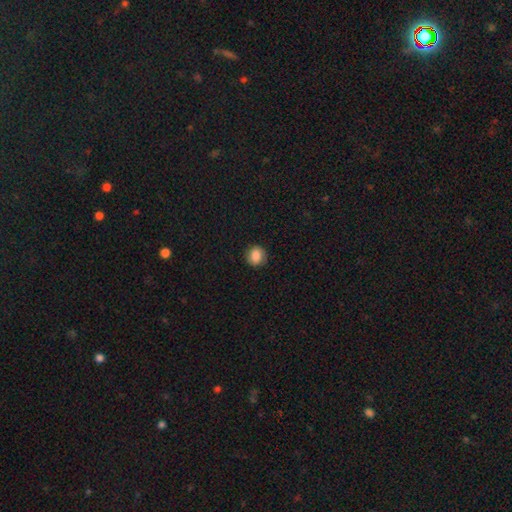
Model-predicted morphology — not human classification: A smooth galaxy with no disk features (84%) that is round (81%).

Vote fractions:
- Smooth or featured? smooth: 84% / star or artifact: 9% / featured or disk: 7%
- How rounded? round: 81% / in between: 18% / cigar-shaped: 1%
- Merging? none: 86% / minor disturbance: 10% / major disturbance: 3% / merger: 1%